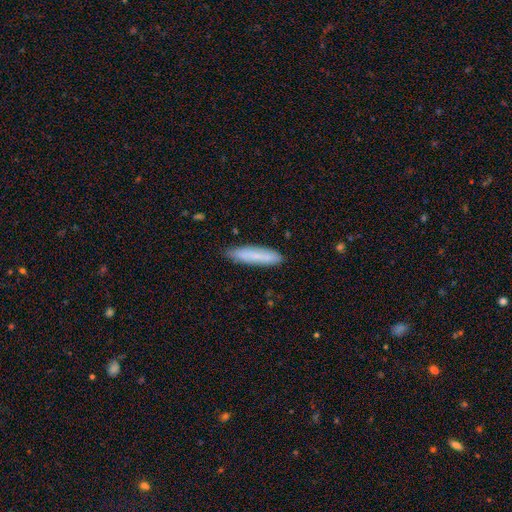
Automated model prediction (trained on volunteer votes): smooth_or_featured: smooth (p=0.77) [alt: featured or disk p=0.16]
how_rounded: cigar-shaped (p=0.82) [alt: in between p=0.16]
merging: none (p=0.86) [alt: minor disturbance p=0.11]